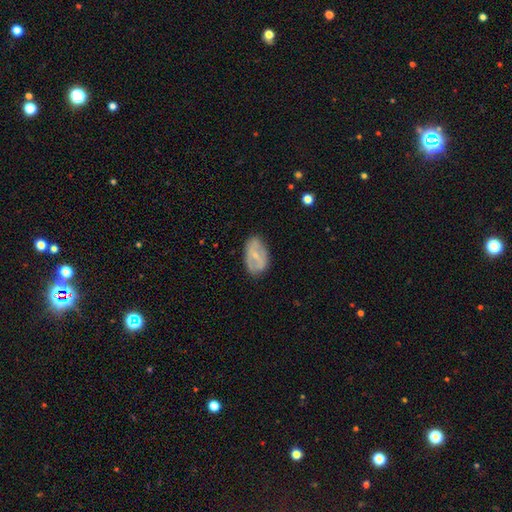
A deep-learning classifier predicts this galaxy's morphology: The model was most divided on "smooth or featured": featured or disk: 53%, smooth: 40%, star or artifact: 7%. More confident: edge-on disk — no (93%); merging — none (74%).